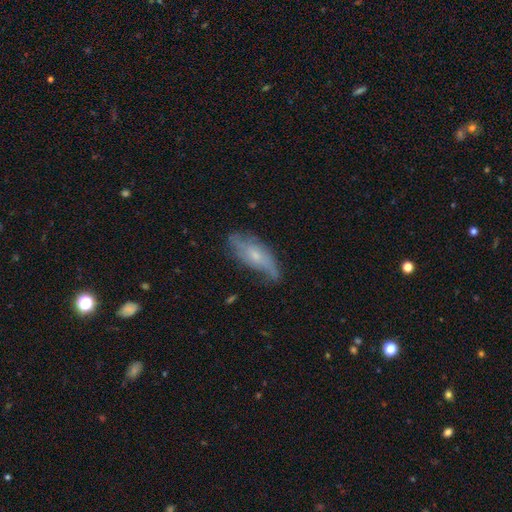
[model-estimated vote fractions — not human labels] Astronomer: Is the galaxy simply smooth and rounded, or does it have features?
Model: featured or disk — 59%.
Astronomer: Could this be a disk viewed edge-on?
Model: no — 78%.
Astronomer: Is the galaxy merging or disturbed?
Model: none — 59%.